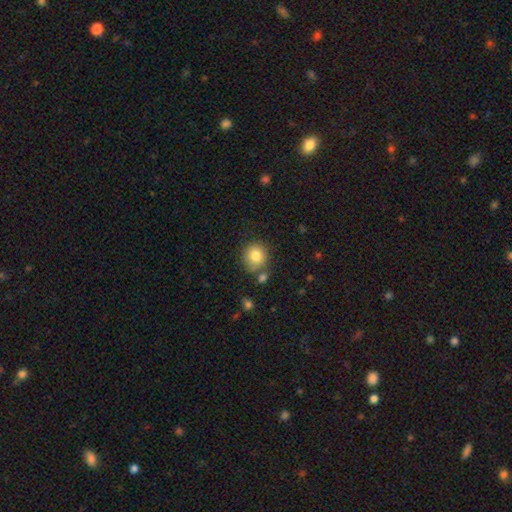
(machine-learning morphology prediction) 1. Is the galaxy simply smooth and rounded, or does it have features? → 82% smooth, 9% star or artifact, 9% featured or disk.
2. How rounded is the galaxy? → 87% round, 12% in between, 1% cigar-shaped.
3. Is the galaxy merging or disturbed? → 74% none, 13% minor disturbance, 10% merger, 3% major disturbance.